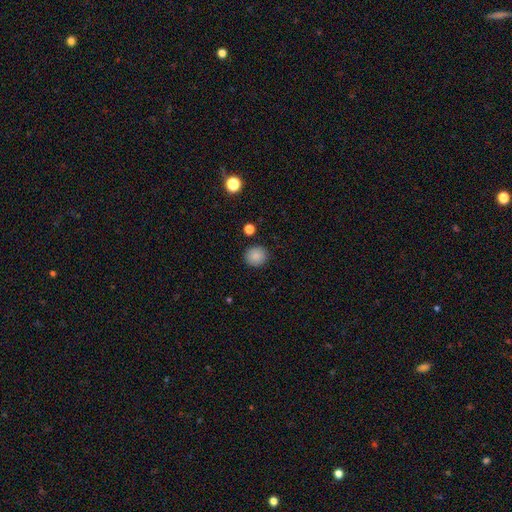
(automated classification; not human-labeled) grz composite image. It shows a smooth galaxy with no disk features (87%) that is round (88%). Merging: none (90%).